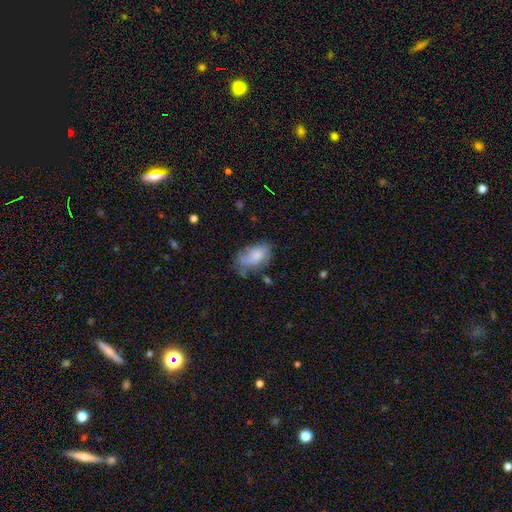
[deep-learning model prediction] Q: Smooth or featured?
A: smooth (74%); runner-up: featured or disk (19%)
Q: How rounded?
A: in between (91%); runner-up: round (7%)
Q: Merging?
A: none (40%); runner-up: minor disturbance (34%)